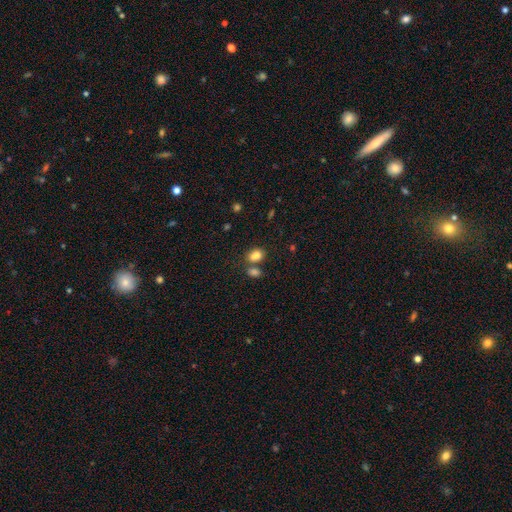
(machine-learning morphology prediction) smooth-or-featured: smooth: 80% | star or artifact: 11% | featured or disk: 9%
  how-rounded: in between: 66% | round: 33% | cigar-shaped: 1%
  merging: merger: 45% | none: 41% | minor disturbance: 10% | major disturbance: 4%